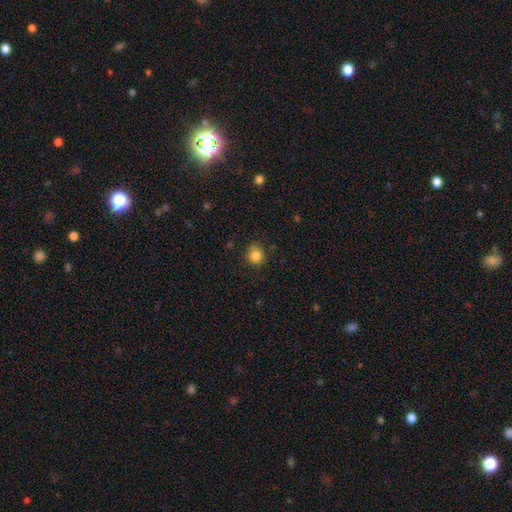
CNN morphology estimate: Overall: smooth (84%). How rounded: round (84%). Merging: none (76%).